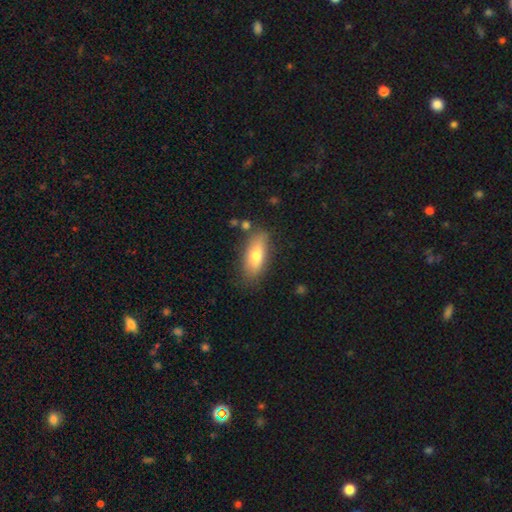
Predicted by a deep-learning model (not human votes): smooth 72%, featured or disk 22%, star or artifact 7%. Down the decision tree: how rounded — in between (72%); merging — none (78%).